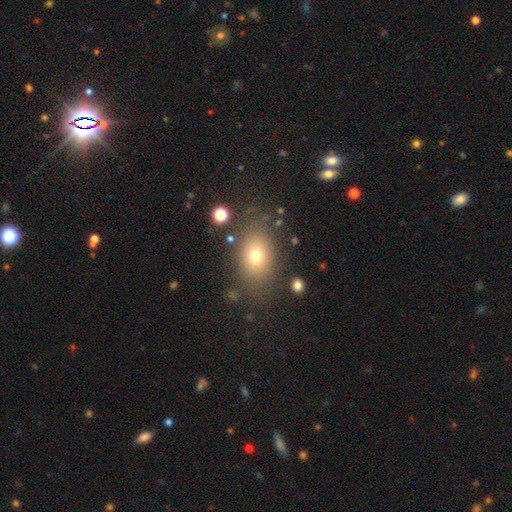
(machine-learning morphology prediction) Smooth or featured: smooth — 71% (star or artifact — 14%)
How rounded: in between — 71% (round — 28%)
Merging: none — 79% (minor disturbance — 12%)